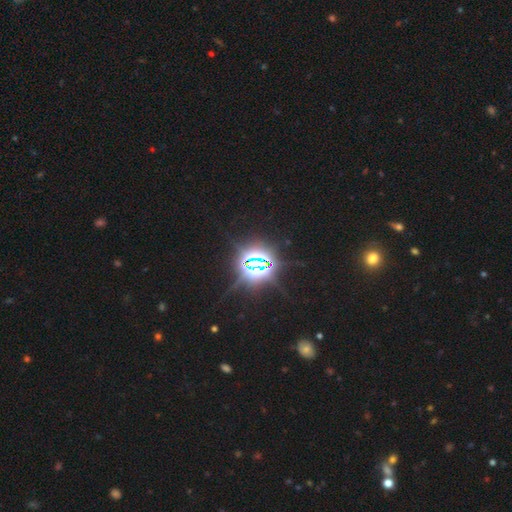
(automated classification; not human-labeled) A star or artifact, not a galaxy (85%).

Vote fractions:
- Smooth or featured? star or artifact: 85% / featured or disk: 8% / smooth: 7%